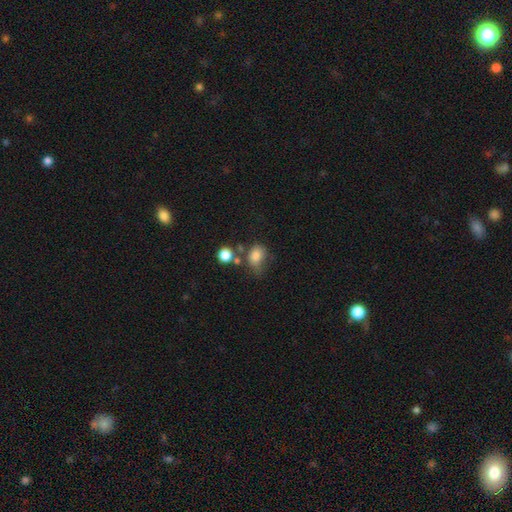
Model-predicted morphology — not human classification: Q: Smooth or featured?
A: smooth (80%); runner-up: star or artifact (11%)
Q: How rounded?
A: in between (59%); runner-up: round (40%)
Q: Merging?
A: none (41%); runner-up: minor disturbance (27%)